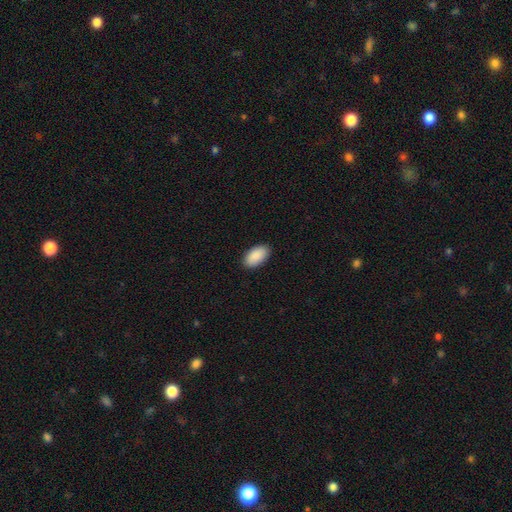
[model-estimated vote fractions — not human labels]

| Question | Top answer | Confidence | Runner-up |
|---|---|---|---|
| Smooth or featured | smooth | 91% | star or artifact (6%) |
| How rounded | in between | 96% | round (3%) |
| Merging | none | 90% | minor disturbance (8%) |